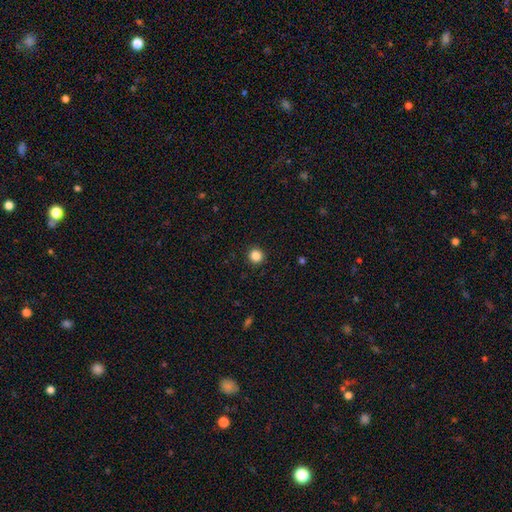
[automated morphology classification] Smooth or featured: smooth — 86% (star or artifact — 11%)
How rounded: round — 94% (in between — 5%)
Merging: none — 92% (minor disturbance — 5%)